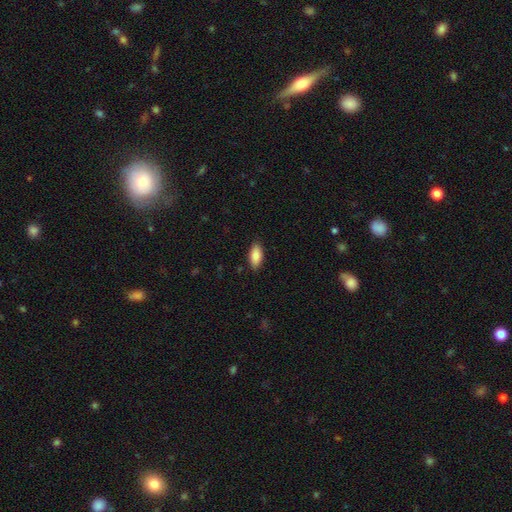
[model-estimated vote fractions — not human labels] smooth_or_featured: smooth (p=0.86) [alt: featured or disk p=0.08]
how_rounded: in between (p=0.88) [alt: cigar-shaped p=0.09]
merging: none (p=0.87) [alt: minor disturbance p=0.10]